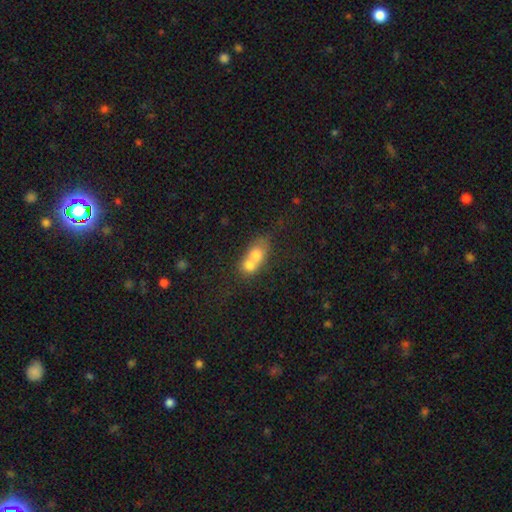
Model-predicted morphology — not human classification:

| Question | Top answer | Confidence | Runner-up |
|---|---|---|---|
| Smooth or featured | smooth | 69% | featured or disk (22%) |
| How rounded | round | 49% | in between (48%) |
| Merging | merger | 75% | none (16%) |